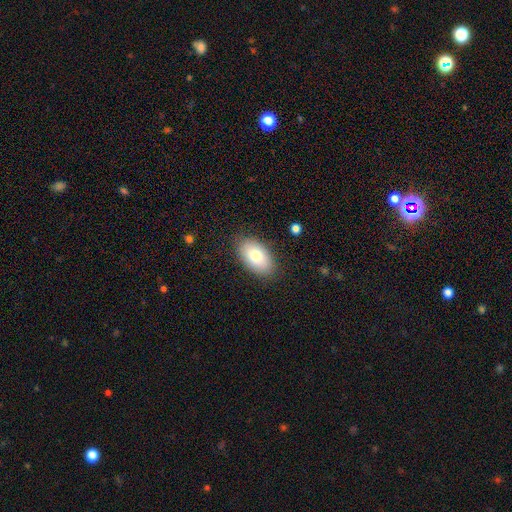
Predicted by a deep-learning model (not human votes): This appears to be a smooth galaxy with no disk features (80%) that is in between round and cigar-shaped (94%). Merging: none (85%).